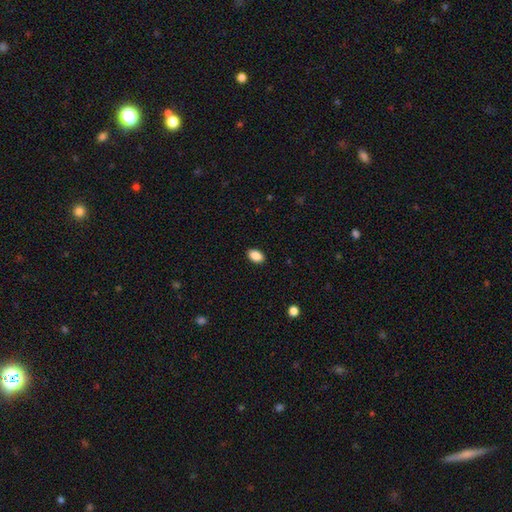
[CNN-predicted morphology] A smooth galaxy with no disk features (89%) that is in between round and cigar-shaped (89%). Merging: none (90%).